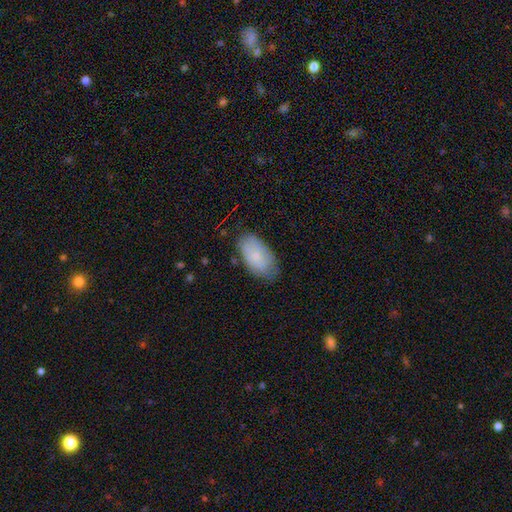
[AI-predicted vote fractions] This is likely a smooth galaxy (73%). How rounded: clearly in between (95%). Merging: likely none (71%).